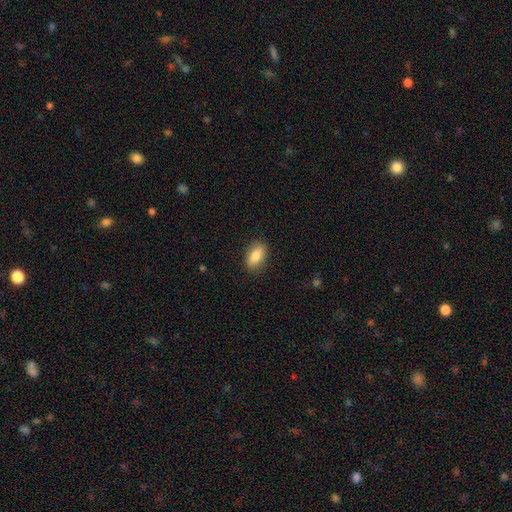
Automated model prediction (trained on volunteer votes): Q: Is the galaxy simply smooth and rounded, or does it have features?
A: smooth — 84%.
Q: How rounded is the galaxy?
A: in between — 89%.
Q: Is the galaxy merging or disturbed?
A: none — 86%.